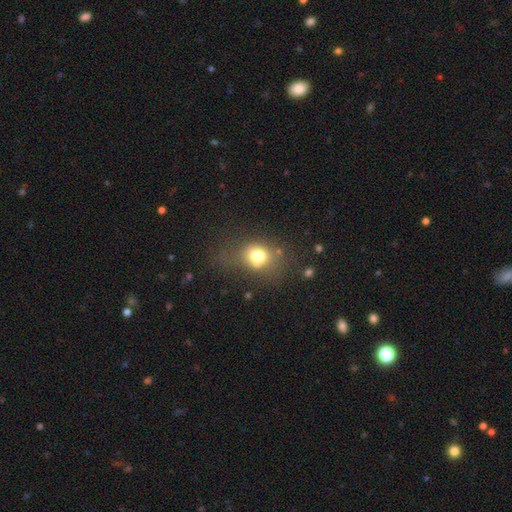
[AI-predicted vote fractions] smooth 70%, featured or disk 16%, star or artifact 13%. Down the decision tree: how rounded — round (52%); merging — none (49%).